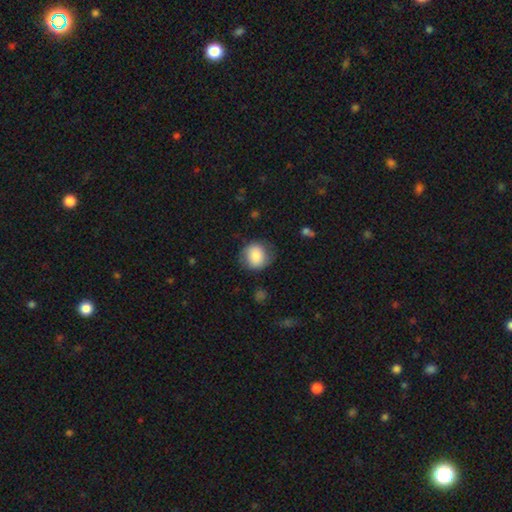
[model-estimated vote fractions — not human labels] The model was most divided on "merging": none: 75%, minor disturbance: 17%, major disturbance: 6%, merger: 1%. More confident: smooth or featured — smooth (83%); how rounded — round (82%).